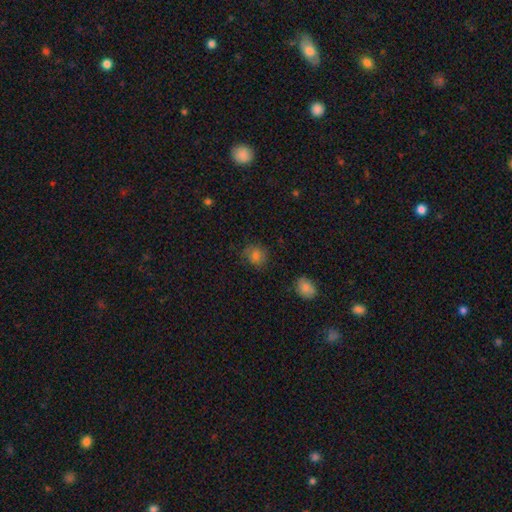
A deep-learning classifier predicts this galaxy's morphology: This appears to be a smooth galaxy with no disk features (79%) that is round (81%). Merging: none (78%).